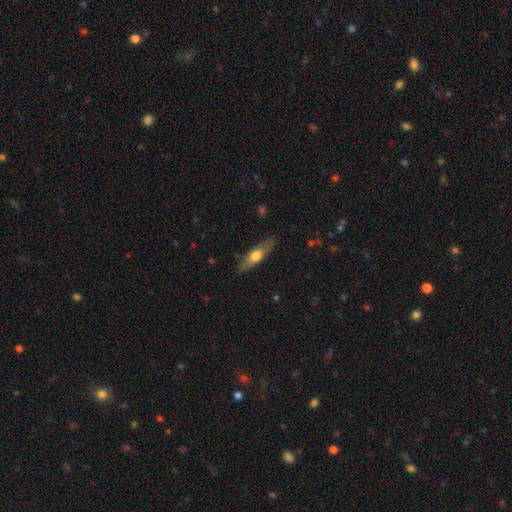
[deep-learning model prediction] This is possibly a smooth galaxy (53%). How rounded: possibly cigar-shaped (59%). Merging: clearly none (84%).